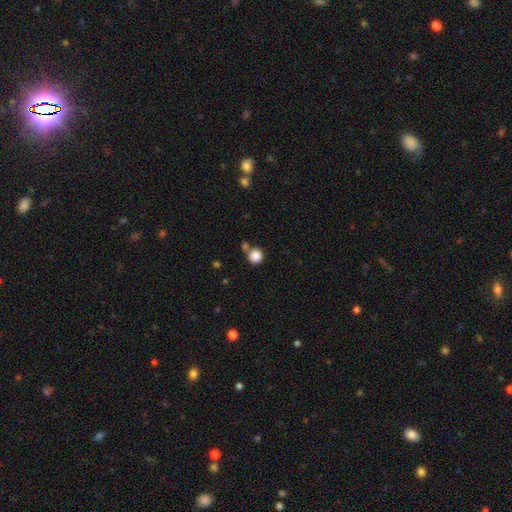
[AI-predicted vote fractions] Smooth or featured?
  - smooth: 86% *
  - star or artifact: 10%
  - featured or disk: 5%
How rounded?
  - round: 92% *
  - in between: 7%
  - cigar-shaped: 1%
Merging?
  - none: 64% *
  - merger: 22%
  - minor disturbance: 10%
  - major disturbance: 4%